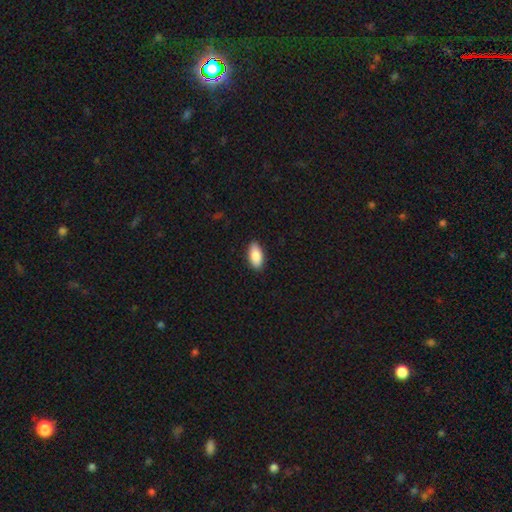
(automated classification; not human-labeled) Smooth or featured? Predicted: smooth (p=0.88). How rounded? Predicted: in between (p=0.91). Merging? Predicted: none (p=0.88).